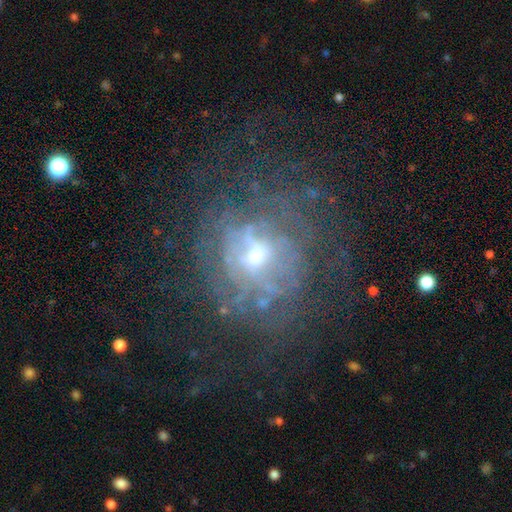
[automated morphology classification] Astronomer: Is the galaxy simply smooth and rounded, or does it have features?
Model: featured or disk — 67%.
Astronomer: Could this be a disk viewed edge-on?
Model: no — 94%.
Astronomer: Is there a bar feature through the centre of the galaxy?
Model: no — 57%.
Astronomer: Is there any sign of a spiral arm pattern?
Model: no — 60% (runner-up: yes, 40%).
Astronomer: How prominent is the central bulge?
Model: small — 49% (runner-up: moderate, 44%).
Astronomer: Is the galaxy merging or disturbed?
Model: none — 59%.